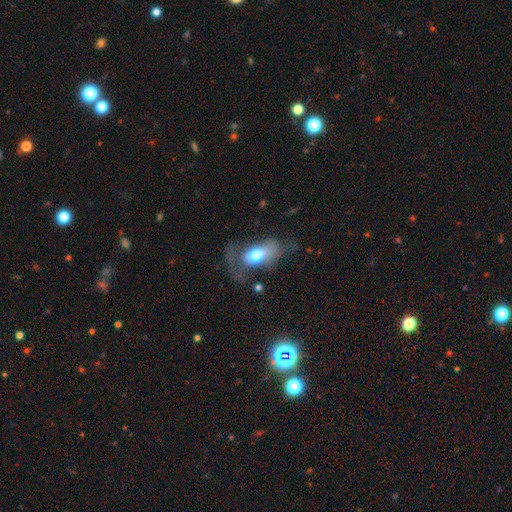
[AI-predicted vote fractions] This appears to be a smooth galaxy with no disk features (62%) that is in between round and cigar-shaped (85%). Merging: major disturbance (47%).